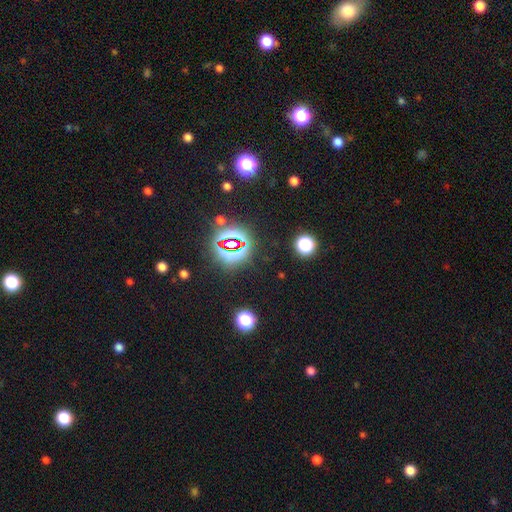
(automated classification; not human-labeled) The model was most divided on "smooth or featured": star or artifact: 81%, smooth: 11%, featured or disk: 7%.